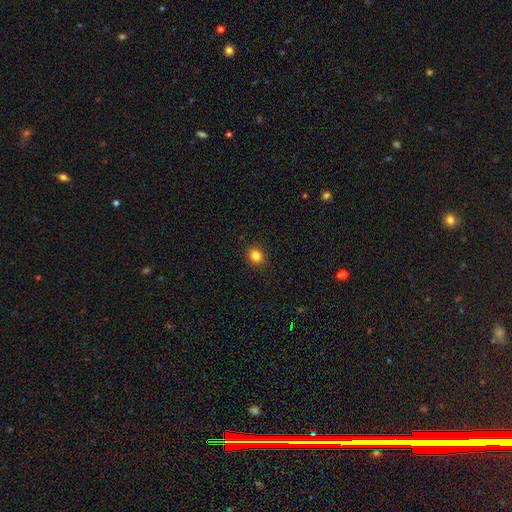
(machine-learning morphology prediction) Smooth or featured? Predicted: smooth (p=0.84). How rounded? Predicted: round (p=0.68). Merging? Predicted: none (p=0.91).